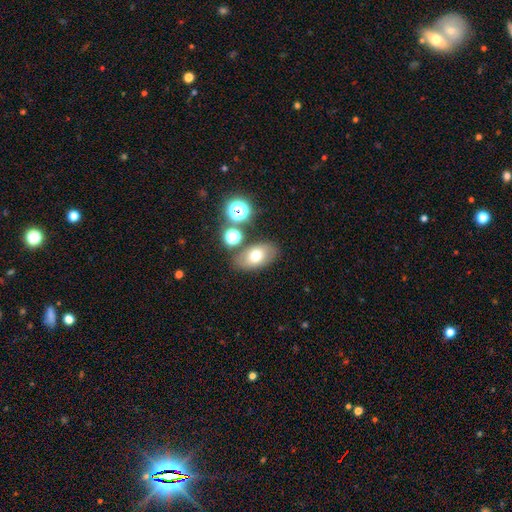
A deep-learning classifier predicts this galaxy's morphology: This is likely a smooth galaxy (67%). How rounded: clearly in between (88%). Merging: likely none (75%).